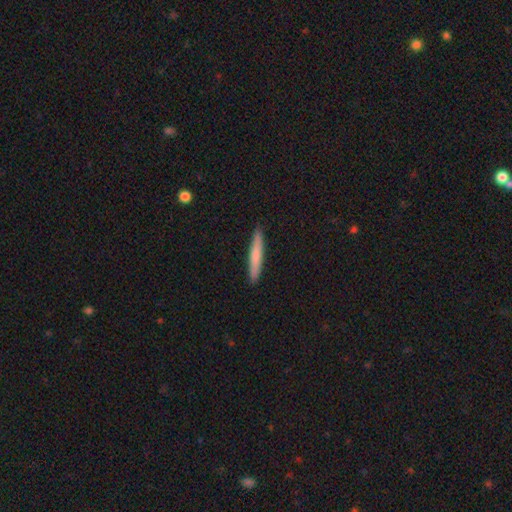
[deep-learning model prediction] smooth_or_featured: smooth (p=0.72) [alt: featured or disk p=0.22]
how_rounded: cigar-shaped (p=0.95) [alt: in between p=0.04]
merging: none (p=0.92) [alt: minor disturbance p=0.06]